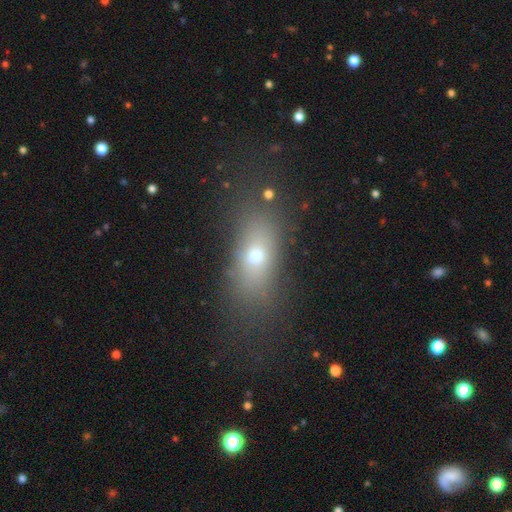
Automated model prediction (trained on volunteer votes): Smooth or featured? smooth (64%)
How rounded? in between (68%)
Merging? none (69%)